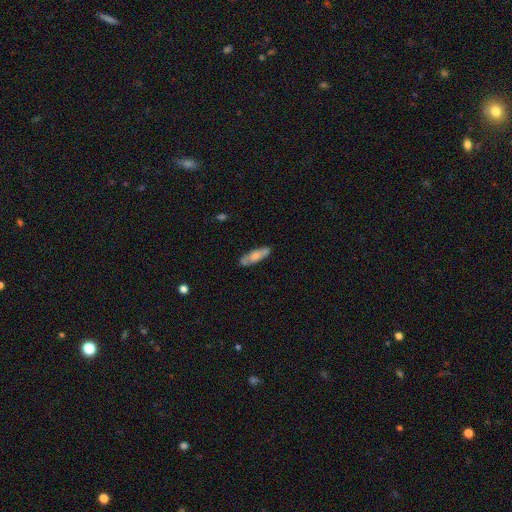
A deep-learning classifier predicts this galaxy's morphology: A smooth galaxy with no disk features (60%) that is cigar-shaped (55%). Merging: none (75%).